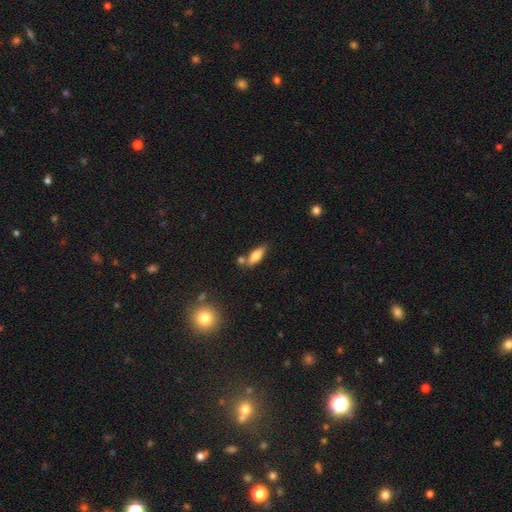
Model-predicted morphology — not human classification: smooth 77%, featured or disk 15%, star or artifact 8%. Down the decision tree: how rounded — in between (74%); merging — none (62%).